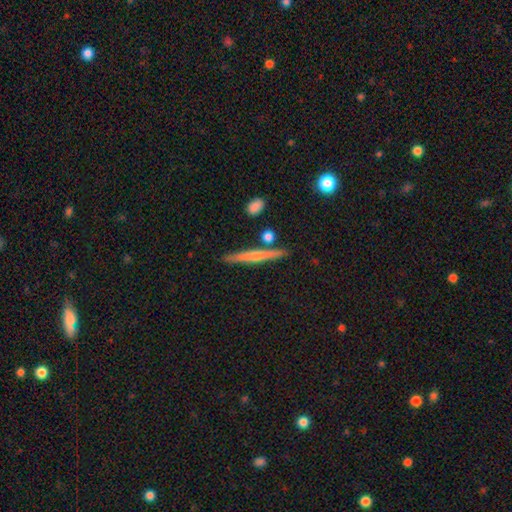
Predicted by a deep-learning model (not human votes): A featured or disk galaxy (51%) viewed edge-on (96%). Merging: none (85%).